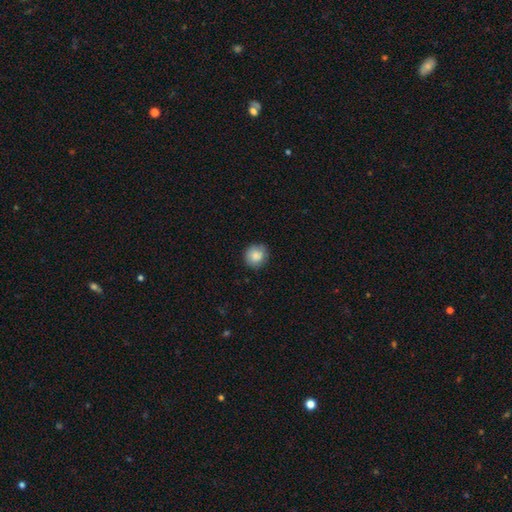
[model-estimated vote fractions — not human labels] smooth 87%, star or artifact 8%, featured or disk 5%. Down the decision tree: how rounded — round (90%); merging — none (85%).